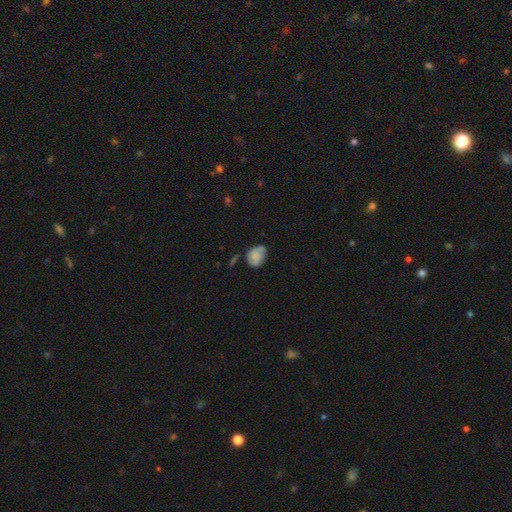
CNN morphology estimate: A smooth galaxy with no disk features (71%) that is in between round and cigar-shaped (53%).

Vote fractions:
- Smooth or featured? smooth: 71% / featured or disk: 20% / star or artifact: 9%
- How rounded? in between: 53% / round: 46% / cigar-shaped: 1%
- Merging? none: 53% / minor disturbance: 32% / major disturbance: 8% / merger: 6%